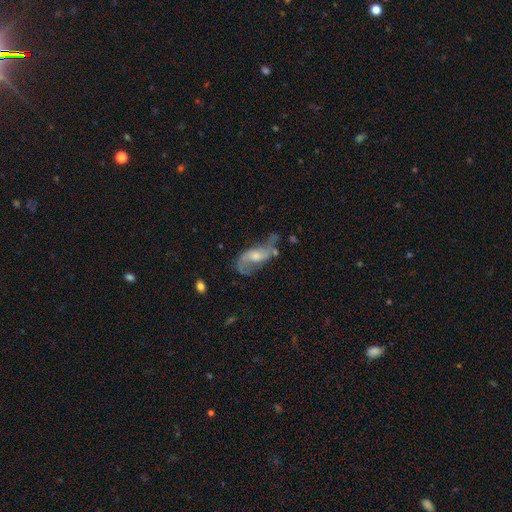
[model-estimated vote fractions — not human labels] Smooth or featured? Predicted: featured or disk (p=0.73). Edge-on disk? Predicted: no (p=0.92). Bar? Predicted: no (p=0.51). Spiral arms? Predicted: yes (p=0.86). Spiral winding? Predicted: loose (p=0.65). Spiral arm count? Predicted: 2 (p=0.81). Bulge size? Predicted: moderate (p=0.49). Merging? Predicted: none (p=0.42).